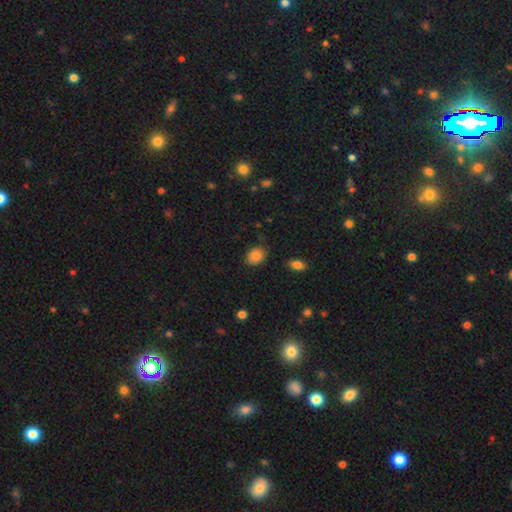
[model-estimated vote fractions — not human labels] smooth_or_featured: smooth (p=0.85) [alt: star or artifact p=0.09]
how_rounded: in between (p=0.56) [alt: round p=0.43]
merging: none (p=0.78) [alt: minor disturbance p=0.17]